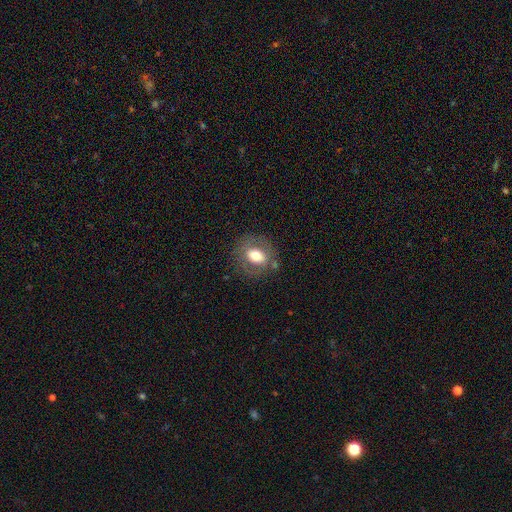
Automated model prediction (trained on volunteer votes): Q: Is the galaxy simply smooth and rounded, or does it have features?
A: smooth — 59%.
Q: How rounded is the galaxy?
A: round — 51%.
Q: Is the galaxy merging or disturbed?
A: none — 73%.